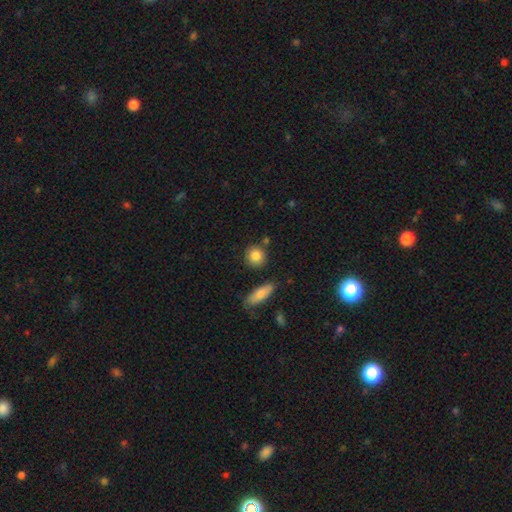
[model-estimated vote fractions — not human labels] Smooth or featured?
  - smooth: 85% *
  - star or artifact: 8%
  - featured or disk: 7%
How rounded?
  - round: 85% *
  - in between: 13%
  - cigar-shaped: 2%
Merging?
  - none: 80% *
  - minor disturbance: 10%
  - merger: 7%
  - major disturbance: 3%